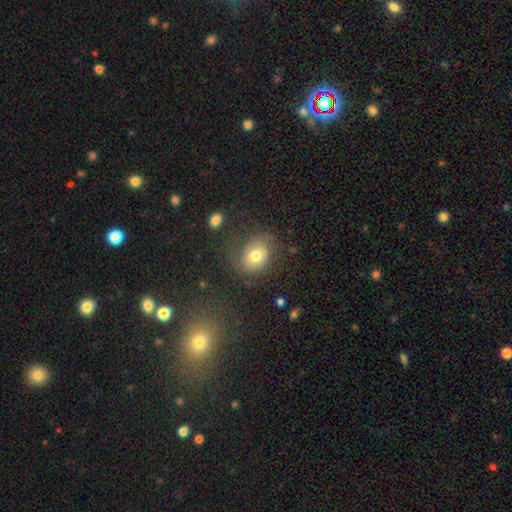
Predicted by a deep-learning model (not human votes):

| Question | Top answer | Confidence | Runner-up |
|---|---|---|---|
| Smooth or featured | smooth | 68% | featured or disk (21%) |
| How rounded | round | 52% | in between (47%) |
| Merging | none | 59% | minor disturbance (22%) |